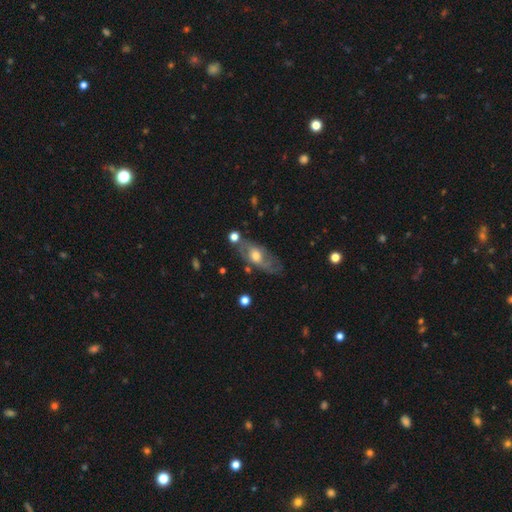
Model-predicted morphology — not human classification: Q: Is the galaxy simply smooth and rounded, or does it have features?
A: featured or disk — 53%.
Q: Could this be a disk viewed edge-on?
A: no — 76%.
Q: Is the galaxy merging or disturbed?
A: none — 61%.